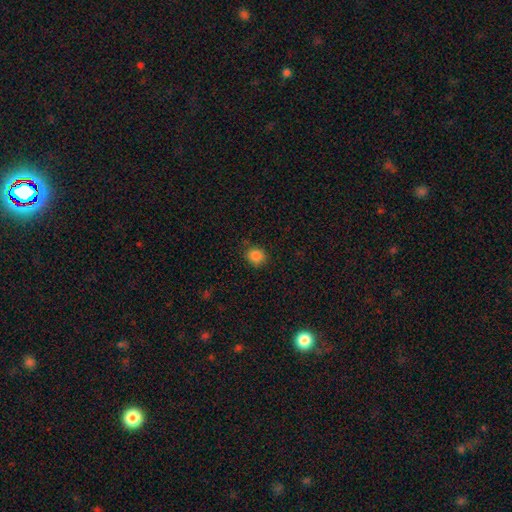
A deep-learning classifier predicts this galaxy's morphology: smooth_or_featured: smooth (p=0.85) [alt: star or artifact p=0.11]
how_rounded: round (p=0.81) [alt: in between p=0.18]
merging: none (p=0.83) [alt: minor disturbance p=0.13]